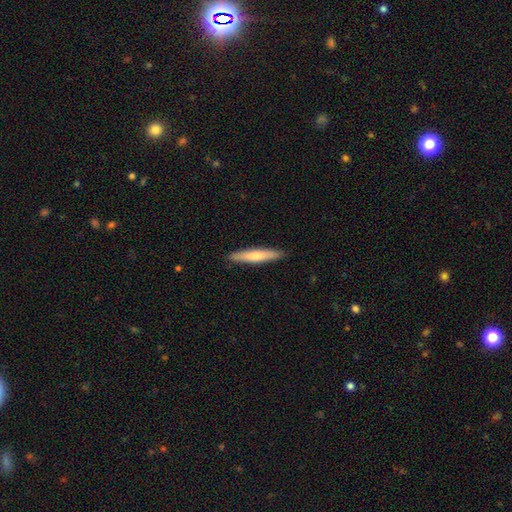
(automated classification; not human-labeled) Smooth or featured?
  - smooth: 68% *
  - featured or disk: 27%
  - star or artifact: 5%
How rounded?
  - cigar-shaped: 92% *
  - in between: 7%
  - round: 1%
Merging?
  - none: 91% *
  - minor disturbance: 7%
  - major disturbance: 1%
  - merger: 1%